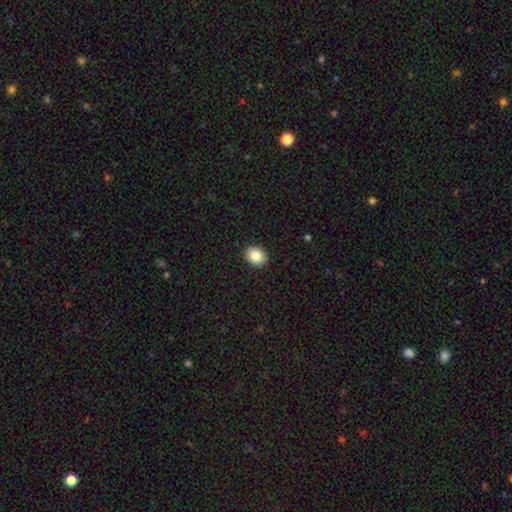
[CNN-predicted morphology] The model was most divided on "how rounded": in between: 55%, round: 44%, cigar-shaped: 1%. More confident: merging — none (91%); smooth or featured — smooth (85%).